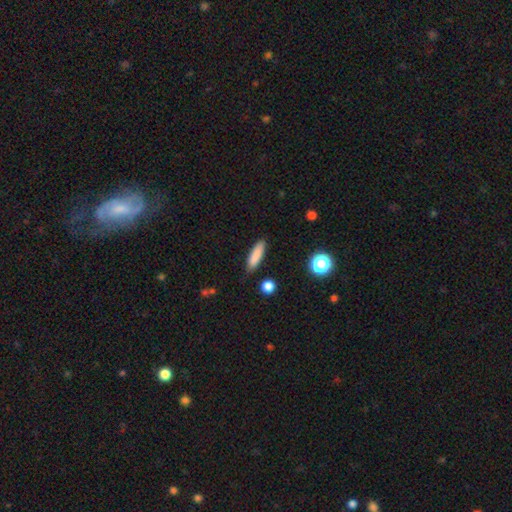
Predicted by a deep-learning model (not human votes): Morphology: type=smooth (85%); roundness=cigar-shaped (67%); merging=none (85%).